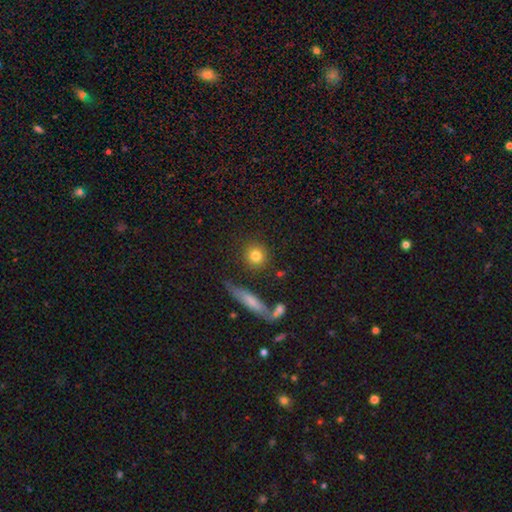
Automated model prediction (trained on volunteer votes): smooth 80%, featured or disk 10%, star or artifact 10%. Down the decision tree: how rounded — round (88%); merging — none (83%).